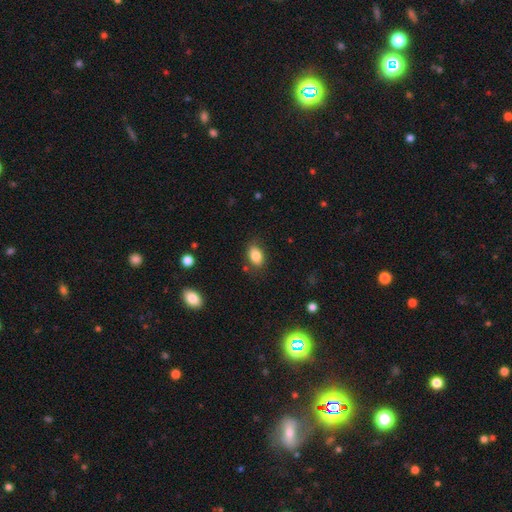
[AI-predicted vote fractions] Smooth or featured: smooth — 84% (star or artifact — 8%)
How rounded: in between — 84% (round — 14%)
Merging: none — 78% (minor disturbance — 15%)